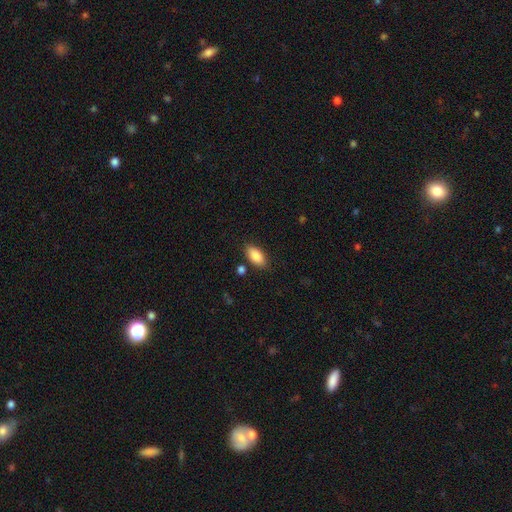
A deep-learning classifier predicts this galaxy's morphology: Smooth or featured? Predicted: smooth (p=0.87). How rounded? Predicted: in between (p=0.92). Merging? Predicted: none (p=0.83).